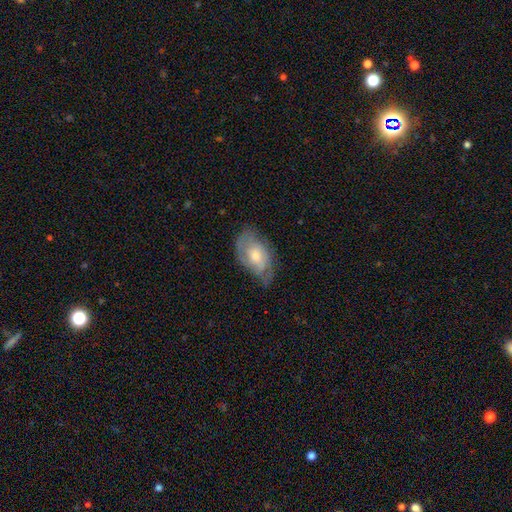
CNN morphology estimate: Overall: featured or disk (66%; smooth 27%). Edge-on disk: no (94%). Bar: no (68%). Spiral arms: yes (84%). Spiral arm count: 2 (49%; can't tell 31%). Spiral winding: tight (47%; medium 39%). Bulge size: moderate (57%; small 34%). Merging: none (62%; minor disturbance 26%).